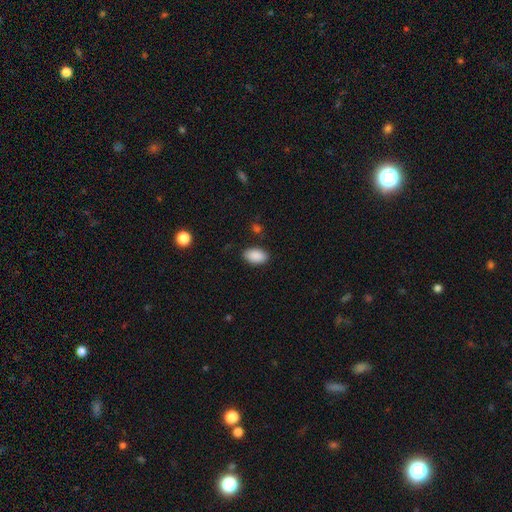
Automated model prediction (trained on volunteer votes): Morphology: type=smooth (90%); roundness=in between (93%); merging=none (86%).